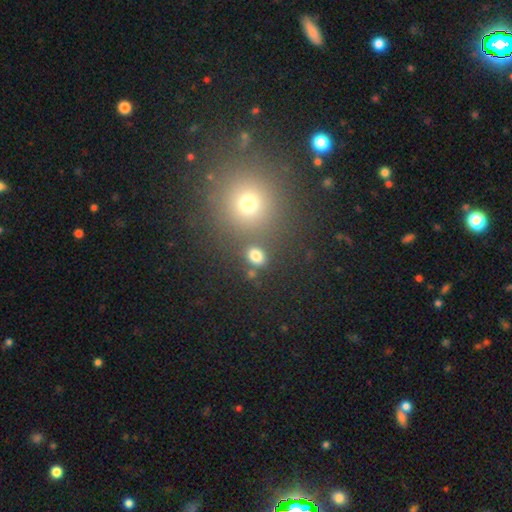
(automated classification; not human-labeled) smooth 77%, star or artifact 17%, featured or disk 6%. Down the decision tree: how rounded — in between (50%); merging — none (73%).